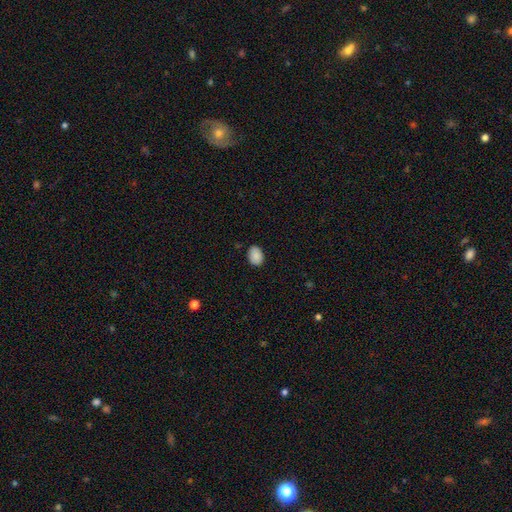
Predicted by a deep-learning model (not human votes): Q: Smooth or featured?
A: smooth (88%); runner-up: star or artifact (8%)
Q: How rounded?
A: in between (78%); runner-up: round (21%)
Q: Merging?
A: none (85%); runner-up: minor disturbance (12%)